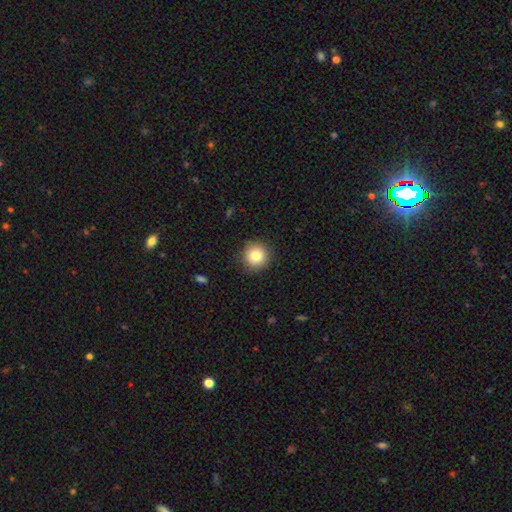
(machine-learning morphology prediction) This appears to be a smooth galaxy with no disk features (82%) that is round (93%). Merging: none (89%).